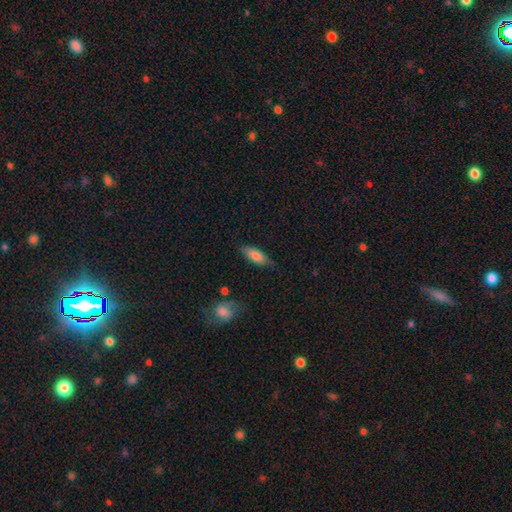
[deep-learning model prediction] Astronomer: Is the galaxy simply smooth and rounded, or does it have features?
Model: smooth — 79%.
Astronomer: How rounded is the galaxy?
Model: in between — 70%.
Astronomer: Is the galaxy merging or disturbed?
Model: none — 76%.